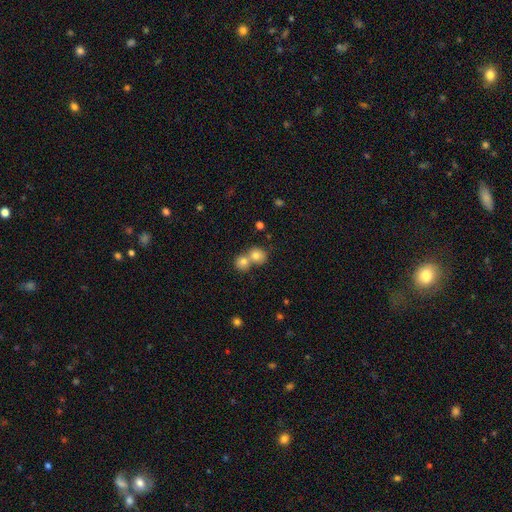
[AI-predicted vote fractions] smooth-or-featured: smooth: 78% | star or artifact: 11% | featured or disk: 10%
  how-rounded: round: 80% | in between: 19% | cigar-shaped: 1%
  merging: merger: 54% | none: 39% | minor disturbance: 5% | major disturbance: 2%